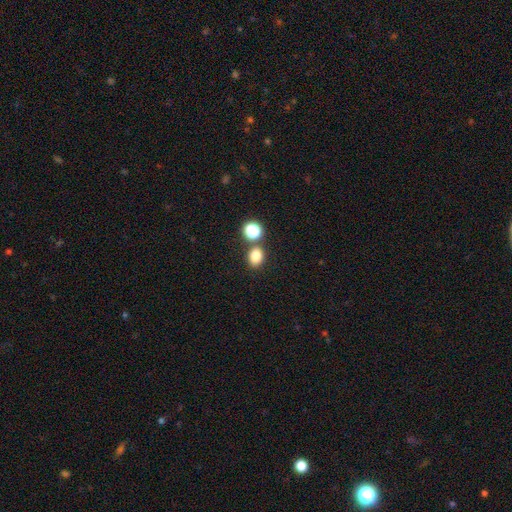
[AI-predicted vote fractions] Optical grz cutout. It shows a smooth galaxy with no disk features (81%) that is in between round and cigar-shaped (53%). Merging: none (71%).